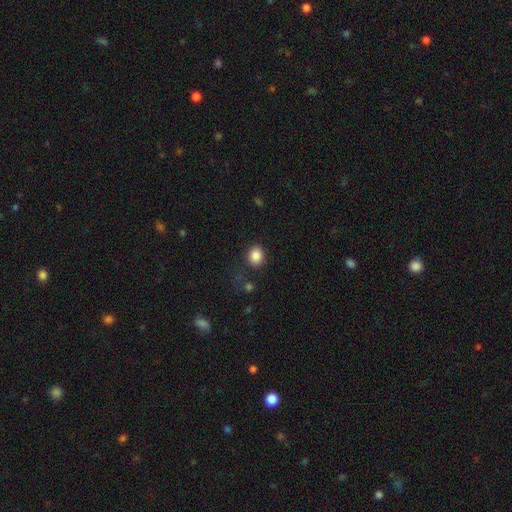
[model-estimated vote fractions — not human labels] Smooth or featured?
  - smooth: 86% *
  - star or artifact: 9%
  - featured or disk: 4%
How rounded?
  - round: 65% *
  - in between: 34%
  - cigar-shaped: 1%
Merging?
  - none: 81% *
  - minor disturbance: 11%
  - major disturbance: 5%
  - merger: 3%